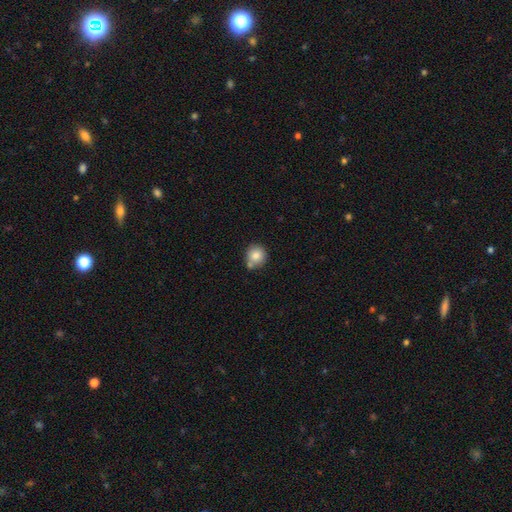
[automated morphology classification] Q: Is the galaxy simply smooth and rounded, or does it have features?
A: smooth — 82%.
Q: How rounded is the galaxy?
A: round — 88%.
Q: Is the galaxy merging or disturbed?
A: none — 64%.